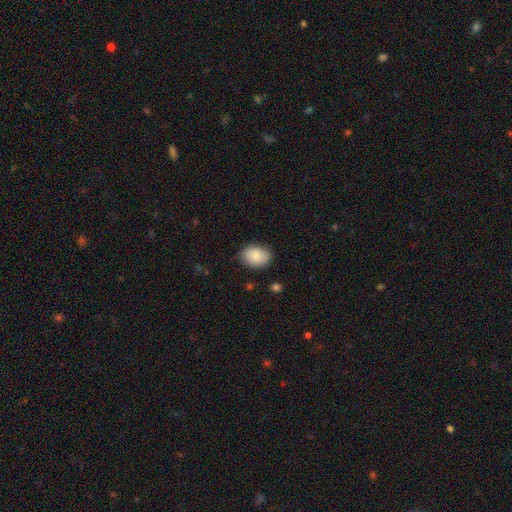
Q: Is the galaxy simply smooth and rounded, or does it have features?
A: smooth — 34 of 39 (87%).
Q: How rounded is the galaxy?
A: in between — 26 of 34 (76%).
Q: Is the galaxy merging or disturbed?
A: none — 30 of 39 (77%).